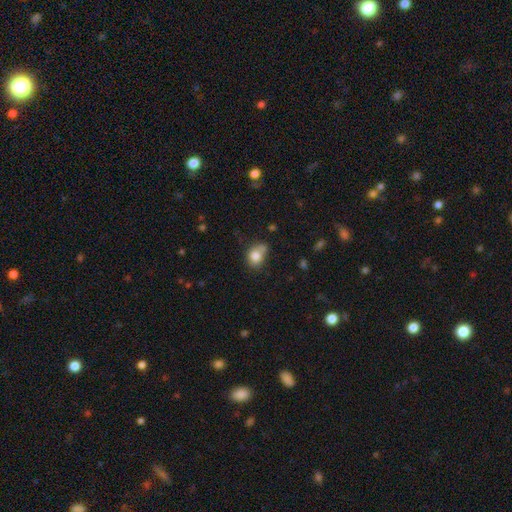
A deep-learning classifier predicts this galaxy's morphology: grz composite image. It shows a smooth galaxy with no disk features (80%) that is round (52%). Merging: none (49%).